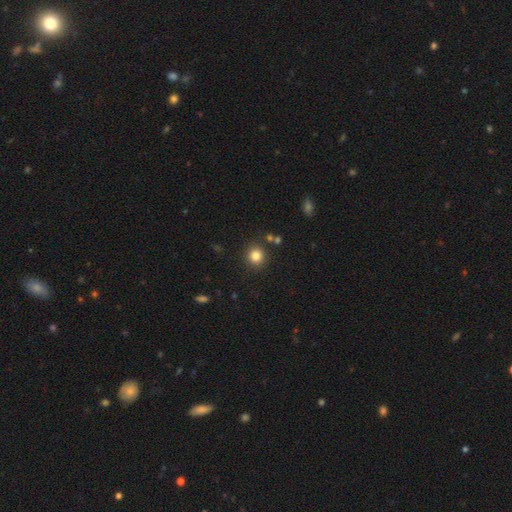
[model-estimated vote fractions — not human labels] smooth 82%, star or artifact 12%, featured or disk 6%. Down the decision tree: how rounded — round (91%); merging — none (88%).